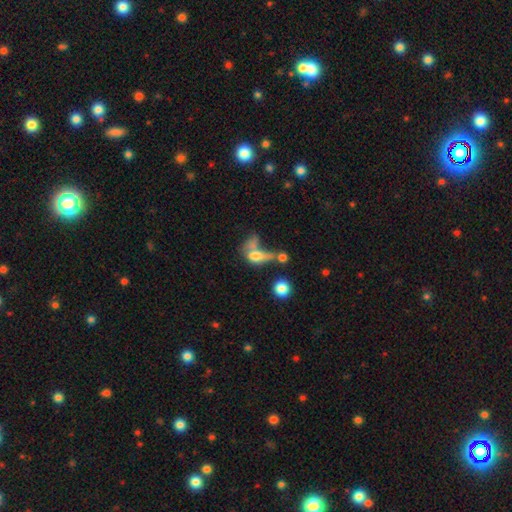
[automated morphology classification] Smooth or featured? Predicted: smooth (p=0.59). How rounded? Predicted: in between (p=0.69). Merging? Predicted: merger (p=0.46).